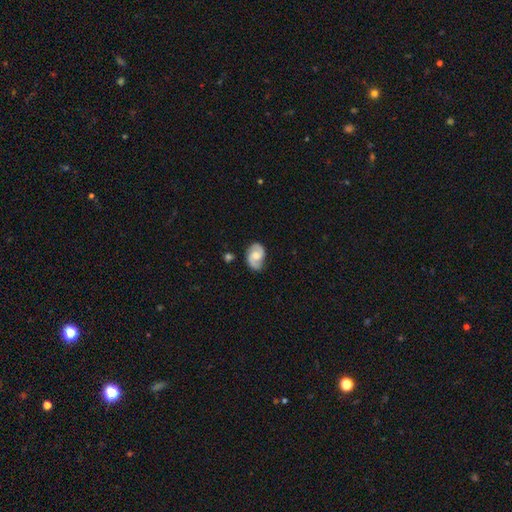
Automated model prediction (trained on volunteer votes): smooth_or_featured: featured or disk (p=0.75) [alt: smooth p=0.19]
disk_edge_on: no (p=0.98) [alt: yes p=0.02]
bar: no (p=0.51) [alt: weak p=0.42]
has_spiral_arms: yes (p=0.95) [alt: no p=0.05]
spiral_winding: medium (p=0.50) [alt: tight p=0.27]
spiral_arm_count: 2 (p=0.90) [alt: can't tell p=0.04]
bulge_size: moderate (p=0.50) [alt: small p=0.25]
merging: none (p=0.76) [alt: minor disturbance p=0.17]